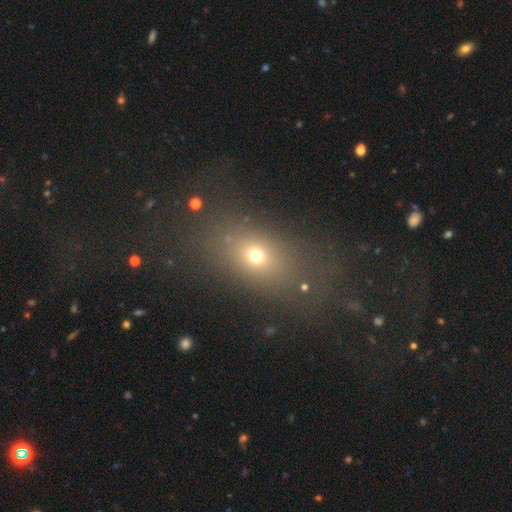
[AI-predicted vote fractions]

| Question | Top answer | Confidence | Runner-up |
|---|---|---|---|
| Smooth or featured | smooth | 66% | star or artifact (21%) |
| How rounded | in between | 65% | round (31%) |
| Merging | none | 72% | minor disturbance (12%) |